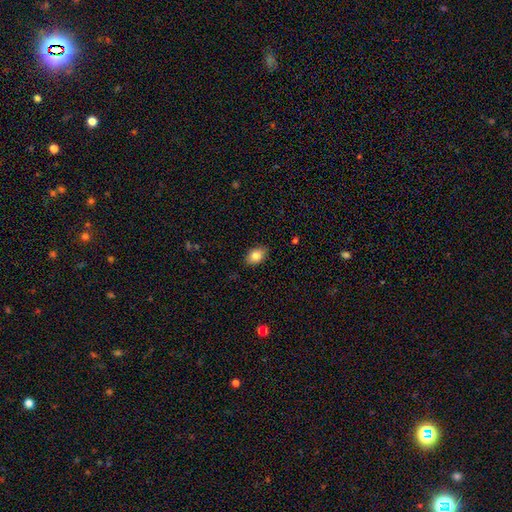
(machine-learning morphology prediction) A smooth galaxy with no disk features (83%) that is in between round and cigar-shaped (84%). Merging: none (86%).